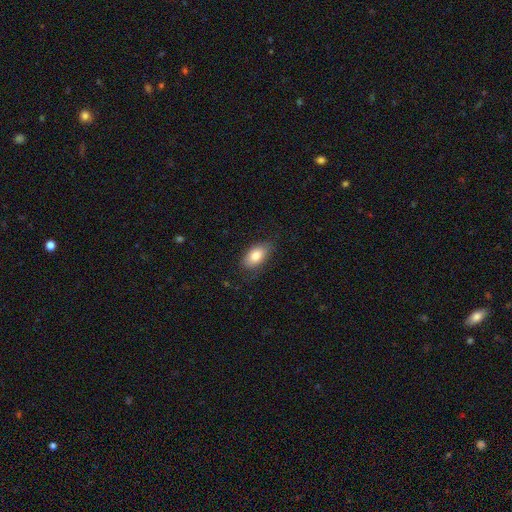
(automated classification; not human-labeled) Smooth or featured?
  - smooth: 82% *
  - featured or disk: 11%
  - star or artifact: 7%
How rounded?
  - in between: 92% *
  - round: 5%
  - cigar-shaped: 4%
Merging?
  - none: 76% *
  - minor disturbance: 18%
  - major disturbance: 5%
  - merger: 1%